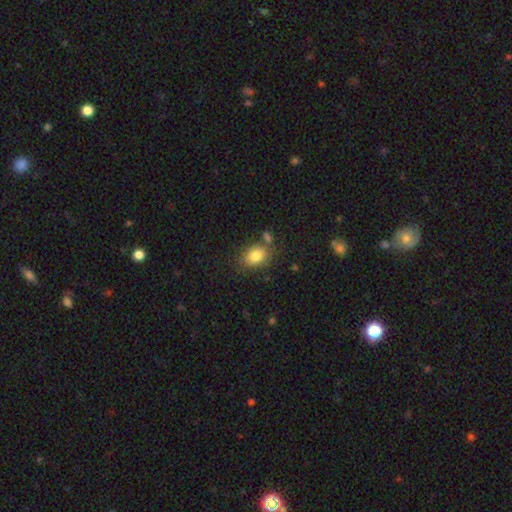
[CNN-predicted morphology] type=smooth (82%); roundness=in between (72%); merging=none (69%).